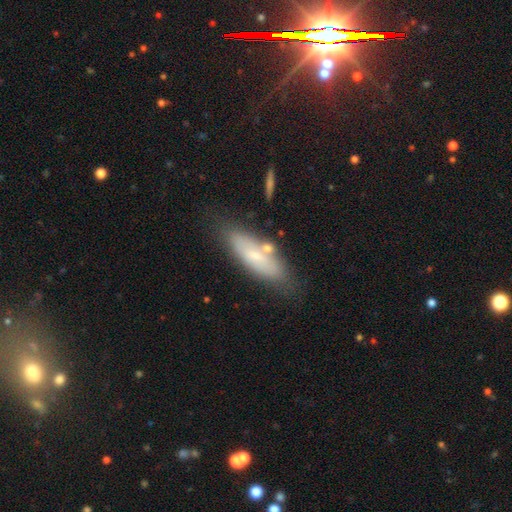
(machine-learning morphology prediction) Smooth or featured?
  - smooth: 60% *
  - featured or disk: 32%
  - star or artifact: 8%
How rounded?
  - in between: 53% *
  - cigar-shaped: 45%
  - round: 2%
Merging?
  - none: 71% *
  - minor disturbance: 17%
  - merger: 8%
  - major disturbance: 5%